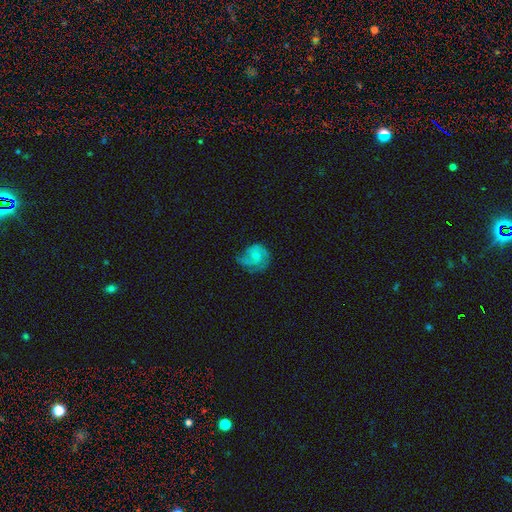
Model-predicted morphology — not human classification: Smooth or featured? featured or disk (62%)
Edge-on disk? no (98%)
Bar? no (71%)
Spiral arms? yes (90%)
Spiral winding? medium (43%)
Spiral arm count? 2 (45%)
Bulge size? small (58%)
Merging? none (54%)